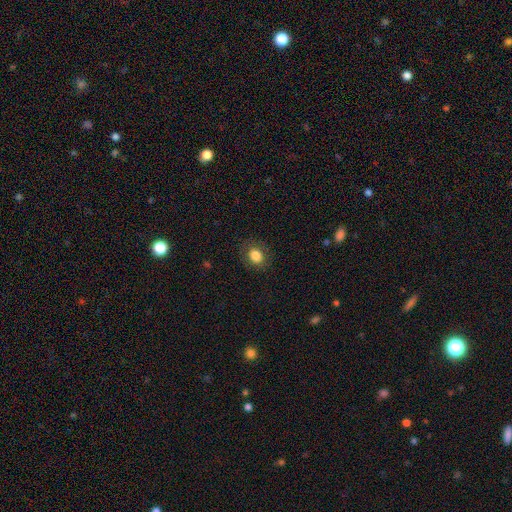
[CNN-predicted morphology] The model was most divided on "how rounded": in between: 51%, round: 48%, cigar-shaped: 1%. More confident: merging — none (85%); smooth or featured — smooth (83%).